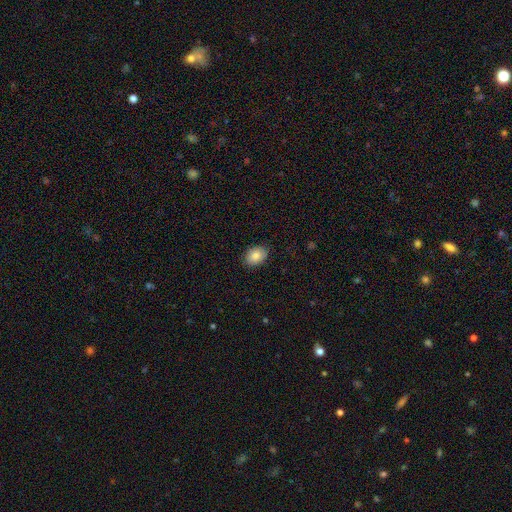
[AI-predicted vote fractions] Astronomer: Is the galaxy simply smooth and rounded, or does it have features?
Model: smooth — 86%.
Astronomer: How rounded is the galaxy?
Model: in between — 79%.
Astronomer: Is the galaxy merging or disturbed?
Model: none — 85%.